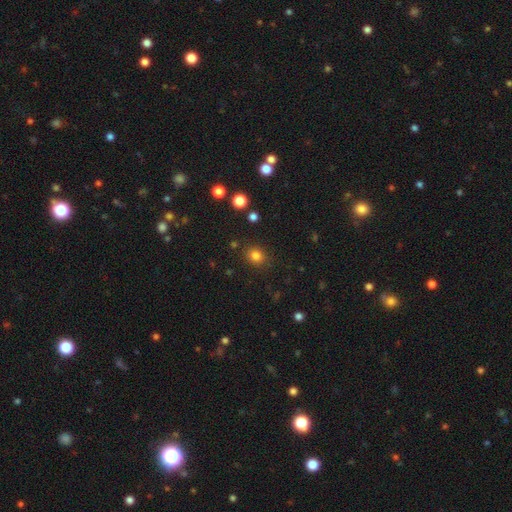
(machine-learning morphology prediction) Smooth or featured? Predicted: smooth (p=0.82). How rounded? Predicted: round (p=0.71). Merging? Predicted: none (p=0.86).